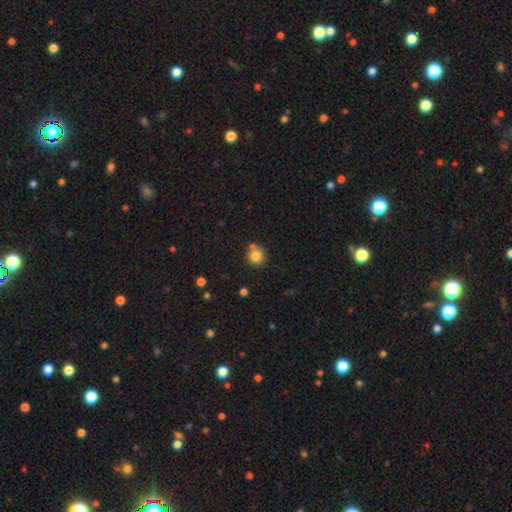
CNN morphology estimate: The model was most divided on "merging": none: 69%, merger: 17%, minor disturbance: 11%, major disturbance: 3%. More confident: how rounded — round (91%); smooth or featured — smooth (83%).